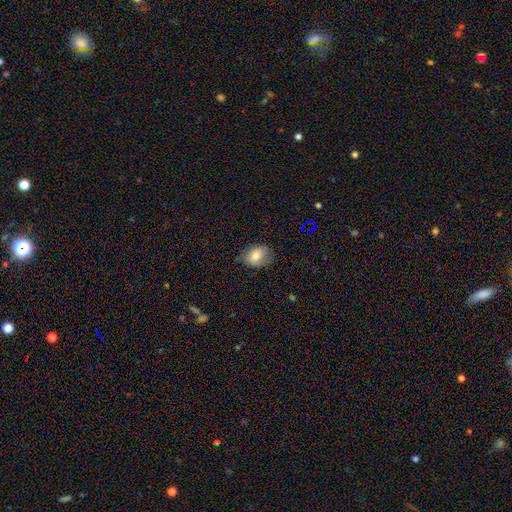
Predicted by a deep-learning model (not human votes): smooth_or_featured: smooth (p=0.77) [alt: featured or disk p=0.14]
how_rounded: in between (p=0.59) [alt: round p=0.40]
merging: none (p=0.63) [alt: minor disturbance p=0.28]